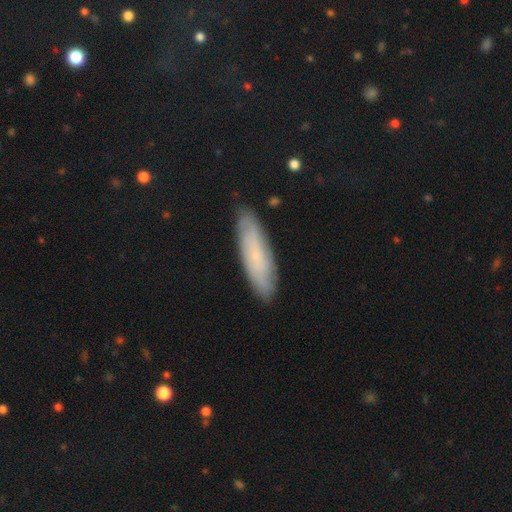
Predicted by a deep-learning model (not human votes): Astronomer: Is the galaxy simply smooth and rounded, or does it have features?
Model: smooth — 56% (runner-up: featured or disk, 35%).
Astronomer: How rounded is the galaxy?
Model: cigar-shaped — 65%.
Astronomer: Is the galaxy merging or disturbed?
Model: none — 87%.